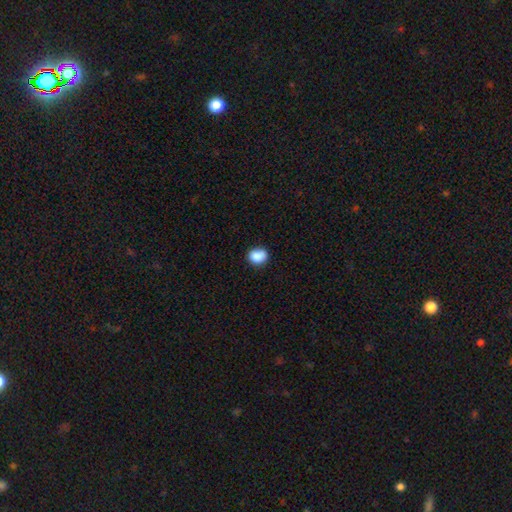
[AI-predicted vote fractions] smooth_or_featured: smooth (p=0.87) [alt: star or artifact p=0.09]
how_rounded: round (p=0.59) [alt: in between p=0.40]
merging: none (p=0.79) [alt: minor disturbance p=0.16]